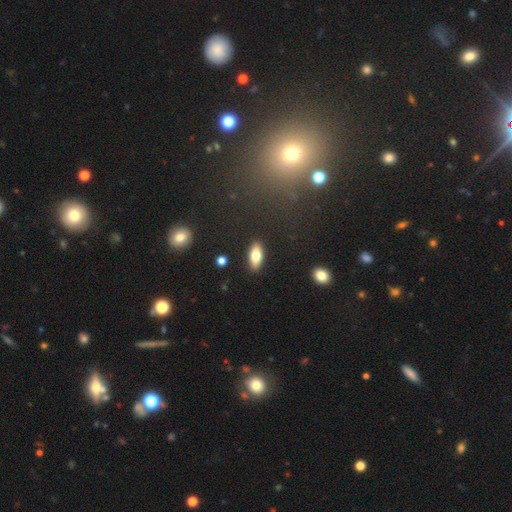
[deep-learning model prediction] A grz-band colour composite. It shows a smooth galaxy with no disk features (73%) that is in between round and cigar-shaped (80%). Merging: none (89%).